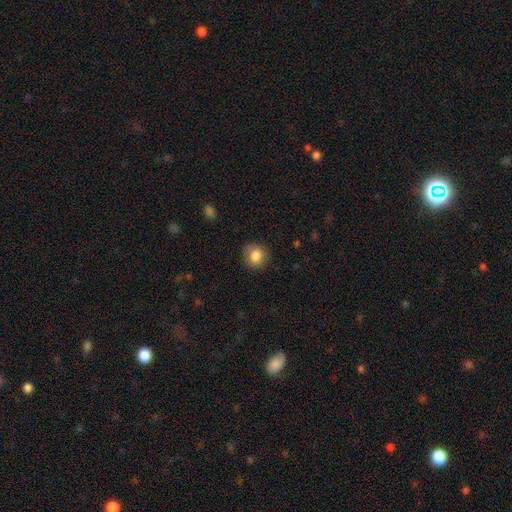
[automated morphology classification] Smooth or featured?
  - smooth: 83% *
  - star or artifact: 9%
  - featured or disk: 8%
How rounded?
  - round: 79% *
  - in between: 20%
  - cigar-shaped: 1%
Merging?
  - none: 86% *
  - minor disturbance: 10%
  - major disturbance: 3%
  - merger: 1%